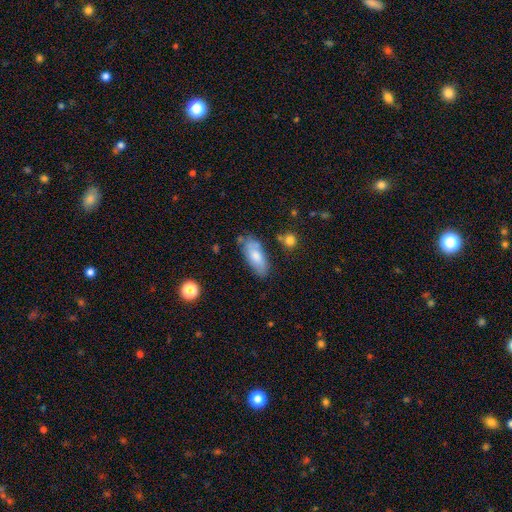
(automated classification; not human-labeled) A smooth galaxy with no disk features (70%) that is in between round and cigar-shaped (83%). Merging: none (69%).